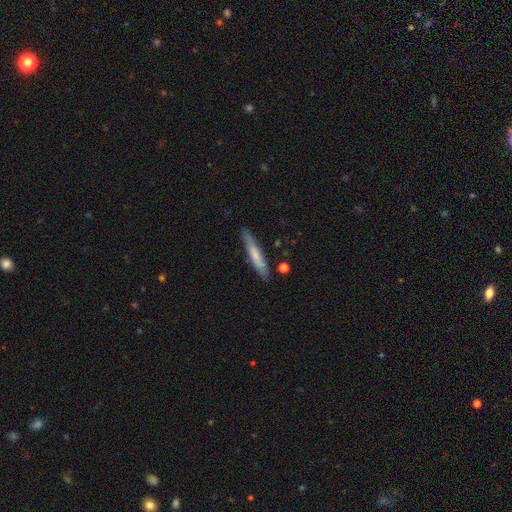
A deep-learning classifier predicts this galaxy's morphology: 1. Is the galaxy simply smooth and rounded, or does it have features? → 62% smooth, 33% featured or disk, 6% star or artifact.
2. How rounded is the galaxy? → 92% cigar-shaped, 7% in between, 1% round.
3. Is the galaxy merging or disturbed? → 84% none, 11% minor disturbance, 2% major disturbance, 2% merger.